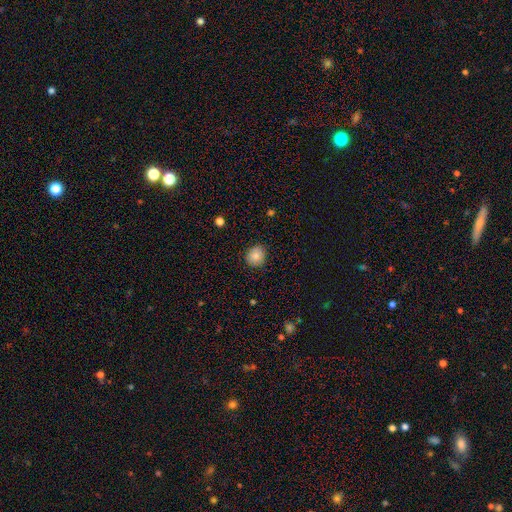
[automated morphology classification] smooth-or-featured: smooth: 83% | star or artifact: 9% | featured or disk: 8%
  how-rounded: round: 83% | in between: 16% | cigar-shaped: 1%
  merging: none: 87% | minor disturbance: 10% | major disturbance: 2% | merger: 1%